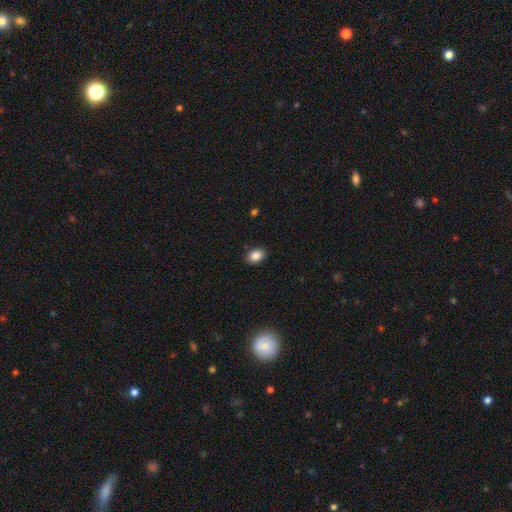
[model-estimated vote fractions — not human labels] Smooth or featured: smooth — 86% (star or artifact — 8%)
How rounded: in between — 83% (round — 15%)
Merging: none — 88% (minor disturbance — 9%)